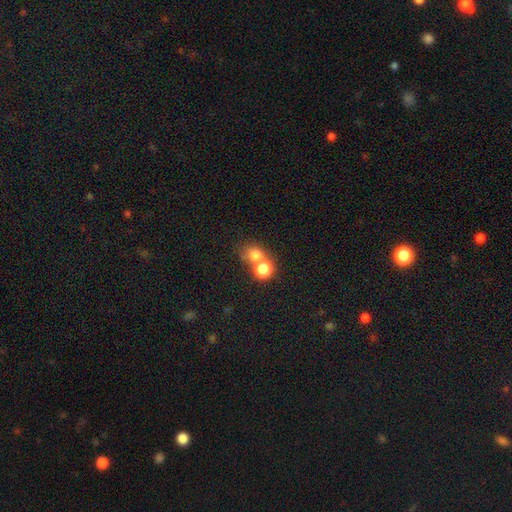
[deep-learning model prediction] A smooth galaxy with no disk features (75%) that is round (75%).

Vote fractions:
- Smooth or featured? smooth: 75% / star or artifact: 15% / featured or disk: 11%
- How rounded? round: 75% / in between: 24% / cigar-shaped: 1%
- Merging? merger: 49% / none: 41% / minor disturbance: 7% / major disturbance: 4%